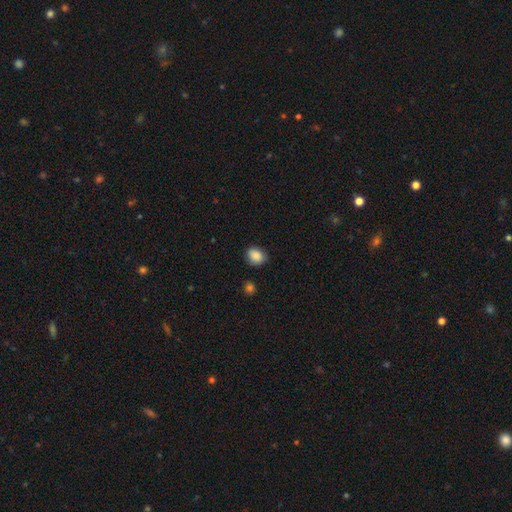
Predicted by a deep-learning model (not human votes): Smooth or featured? Predicted: smooth (p=0.88). How rounded? Predicted: round (p=0.50). Merging? Predicted: none (p=0.80).